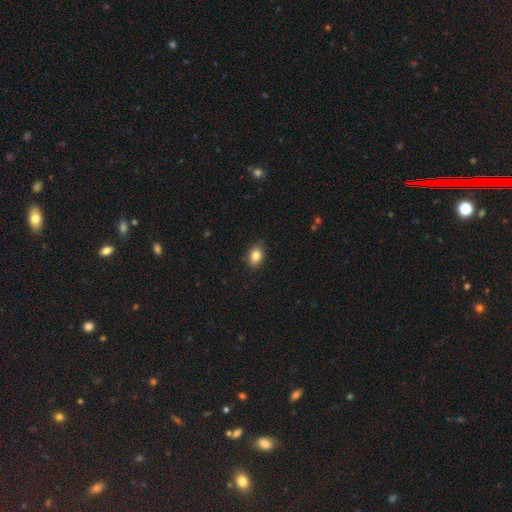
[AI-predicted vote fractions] smooth-or-featured: smooth: 83% | star or artifact: 9% | featured or disk: 8%
  how-rounded: in between: 76% | round: 22% | cigar-shaped: 2%
  merging: none: 82% | minor disturbance: 15% | major disturbance: 2% | merger: 1%